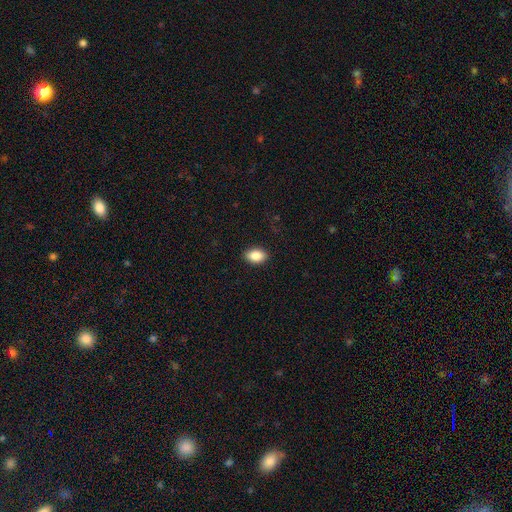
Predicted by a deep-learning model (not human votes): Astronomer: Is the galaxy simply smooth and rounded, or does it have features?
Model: smooth — 87%.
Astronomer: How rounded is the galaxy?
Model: in between — 86%.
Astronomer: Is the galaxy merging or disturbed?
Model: none — 89%.